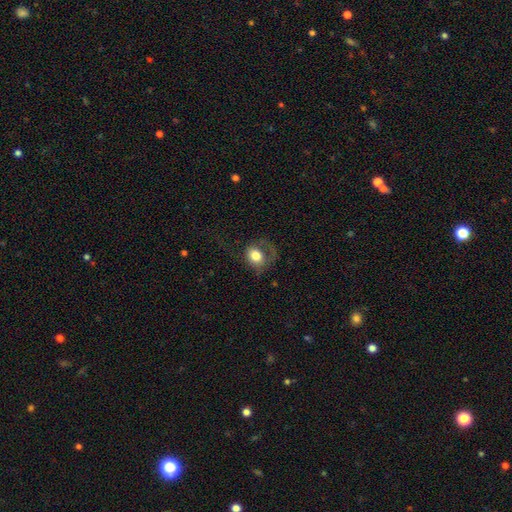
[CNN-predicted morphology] smooth 69%, featured or disk 22%, star or artifact 9%. Down the decision tree: how rounded — round (62%); merging — major disturbance (39%).